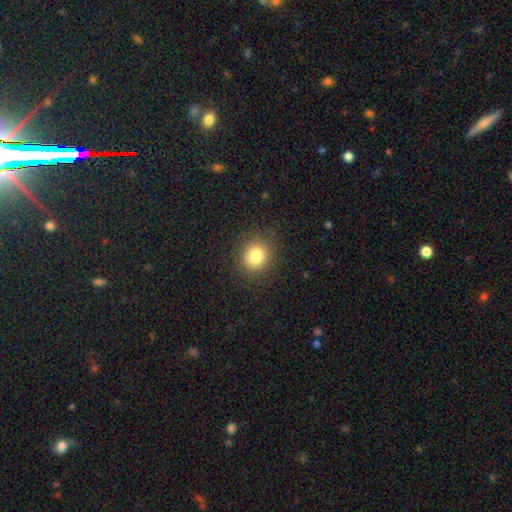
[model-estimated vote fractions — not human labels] smooth-or-featured: smooth: 82% | star or artifact: 11% | featured or disk: 7%
  how-rounded: round: 79% | in between: 20% | cigar-shaped: 1%
  merging: none: 88% | minor disturbance: 8% | major disturbance: 3% | merger: 1%